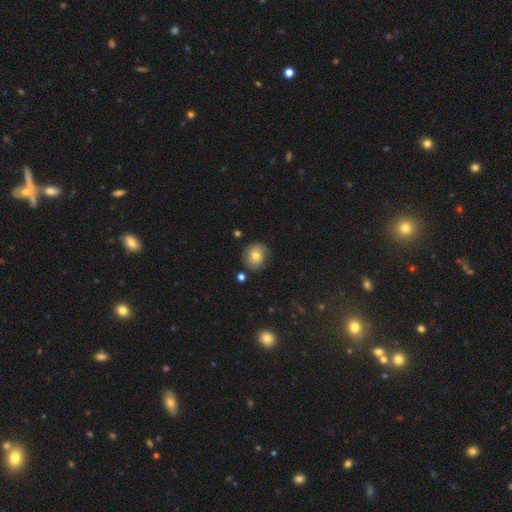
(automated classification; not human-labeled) Q: Smooth or featured?
A: smooth (59%); runner-up: featured or disk (31%)
Q: How rounded?
A: round (82%); runner-up: in between (17%)
Q: Merging?
A: none (76%); runner-up: minor disturbance (17%)